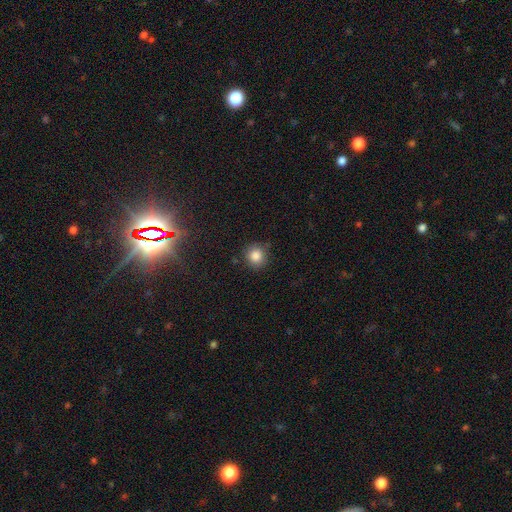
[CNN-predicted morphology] This appears to be a smooth galaxy with no disk features (84%) that is round (90%). Merging: none (81%).